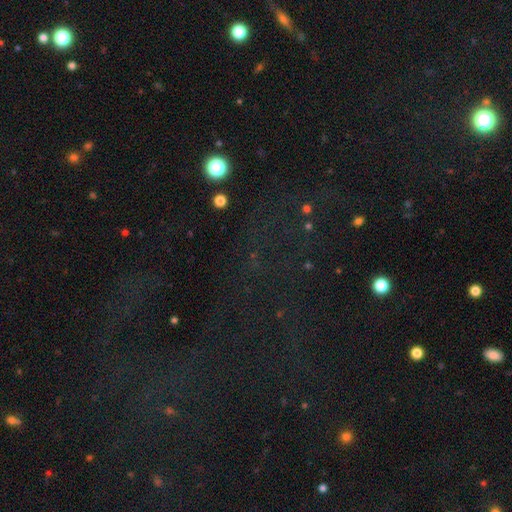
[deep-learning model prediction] The model was most divided on "smooth or featured": star or artifact: 71%, smooth: 17%, featured or disk: 12%.